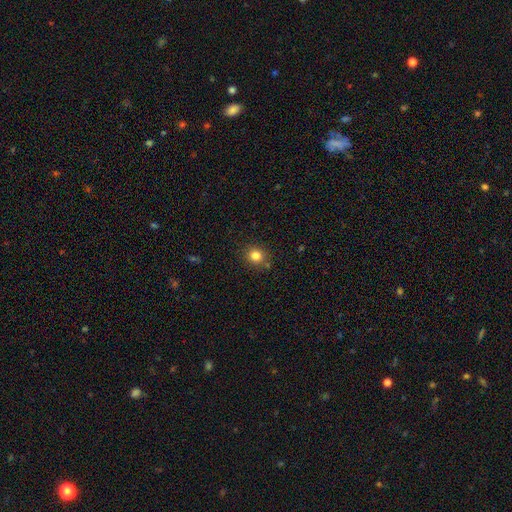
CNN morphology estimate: This appears to be a smooth galaxy with no disk features (81%) that is round (88%). Merging: none (85%).